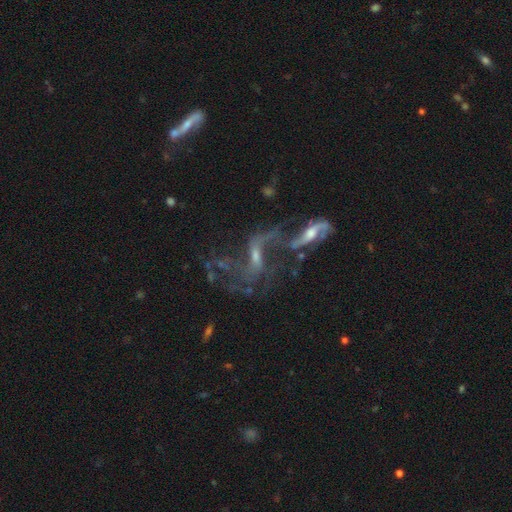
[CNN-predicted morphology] Smooth or featured: featured or disk — 77% (star or artifact — 13%)
Edge-on disk: no — 91% (yes — 9%)
Bar: weak — 42% (no — 37%)
Spiral arms: yes — 74% (no — 26%)
Spiral winding: loose — 69% (medium — 23%)
Spiral arm count: 2 — 52% (can't tell — 25%)
Bulge size: small — 43% (moderate — 34%)
Merging: merger — 48% (major disturbance — 23%)